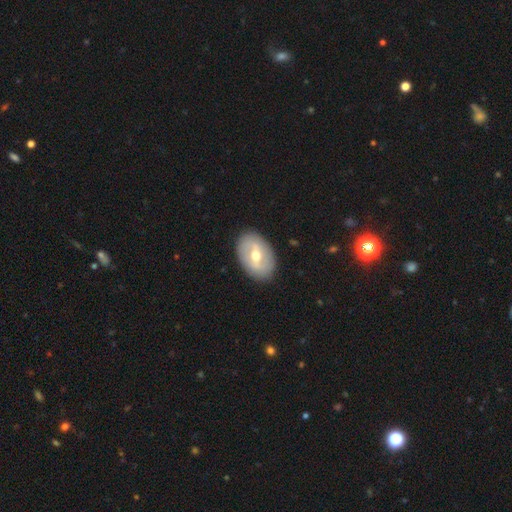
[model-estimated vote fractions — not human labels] This is possibly a featured or disk galaxy (59%). It is clearly not viewed edge-on (92%). Bar: possibly weak (47%). Spiral arm pattern: possibly no (56%). Central bulge: likely moderate (76%). Merging: clearly none (87%).